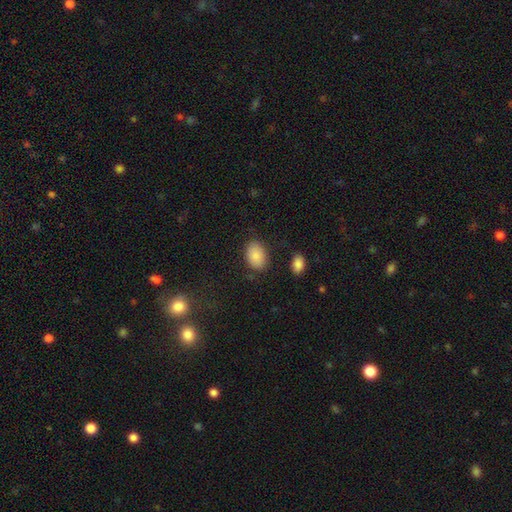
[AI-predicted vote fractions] The model was most divided on "merging": none: 81%, minor disturbance: 13%, major disturbance: 4%, merger: 2%. More confident: smooth or featured — smooth (88%); how rounded — in between (86%).